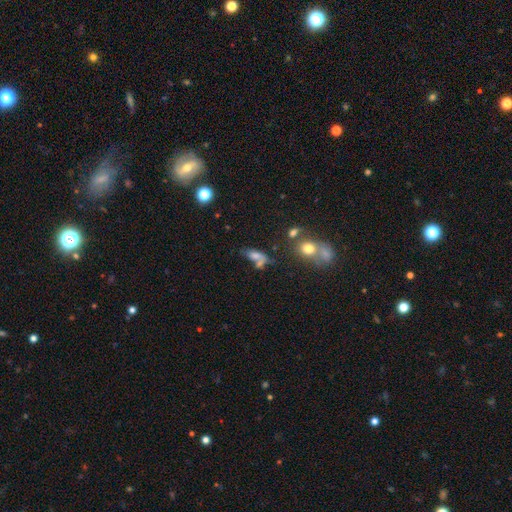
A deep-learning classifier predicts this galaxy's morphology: Smooth or featured: smooth — 61% (featured or disk — 22%)
How rounded: in between — 78% (cigar-shaped — 11%)
Merging: merger — 37% (none — 28%)